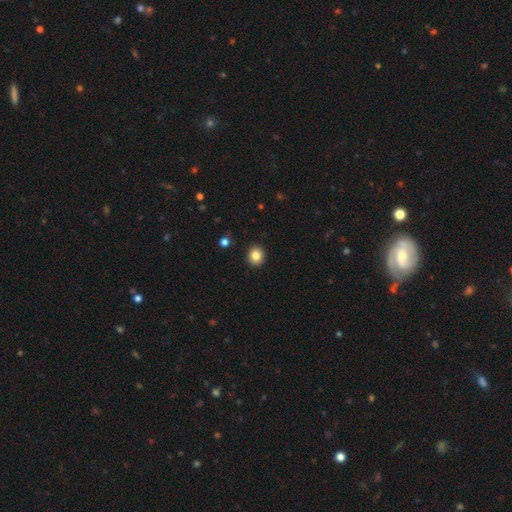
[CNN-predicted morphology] This is clearly a smooth galaxy (84%). How rounded: likely round (76%). Merging: clearly none (91%).